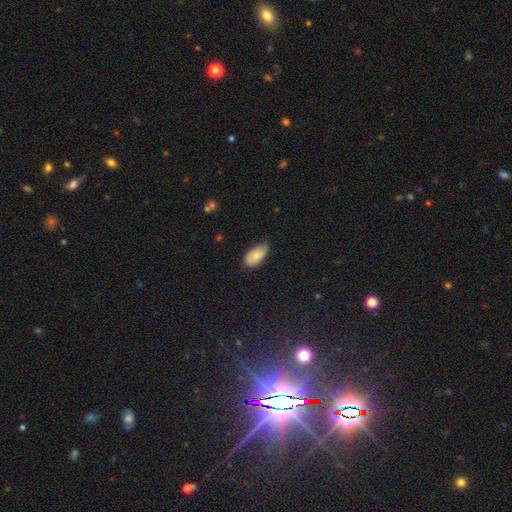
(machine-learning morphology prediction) Smooth or featured: smooth — 80% (featured or disk — 13%)
How rounded: in between — 94% (round — 3%)
Merging: none — 64% (minor disturbance — 31%)